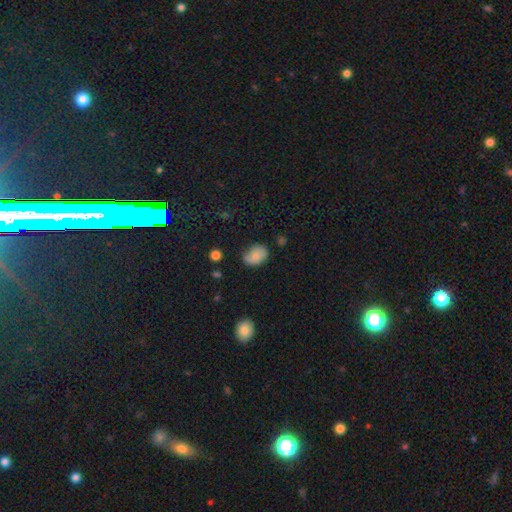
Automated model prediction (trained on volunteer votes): Smooth or featured? smooth (73%)
How rounded? in between (69%)
Merging? none (54%)